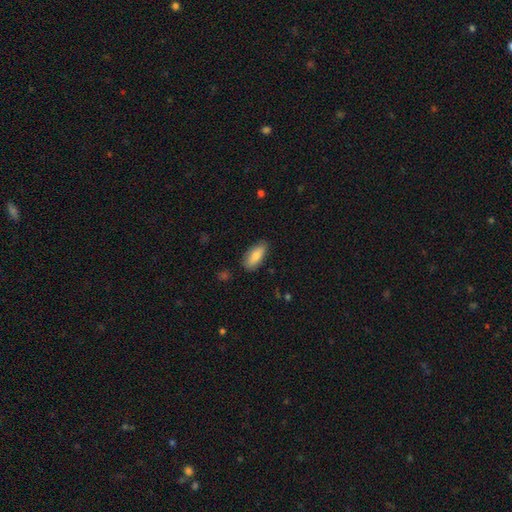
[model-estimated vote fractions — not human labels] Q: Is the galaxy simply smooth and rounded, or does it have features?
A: smooth — 80%.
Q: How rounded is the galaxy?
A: in between — 82%.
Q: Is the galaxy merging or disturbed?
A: none — 81%.